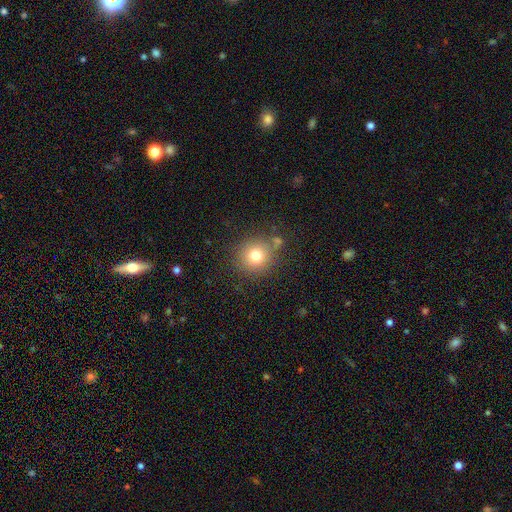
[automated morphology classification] smooth 76%, star or artifact 14%, featured or disk 11%. Down the decision tree: how rounded — round (89%); merging — none (77%).